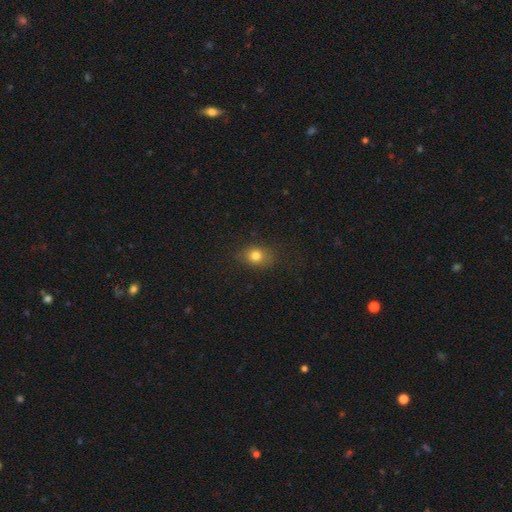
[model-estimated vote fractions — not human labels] smooth-or-featured: smooth: 78% | star or artifact: 13% | featured or disk: 8%
  how-rounded: round: 55% | in between: 43% | cigar-shaped: 1%
  merging: none: 79% | minor disturbance: 15% | major disturbance: 5% | merger: 1%